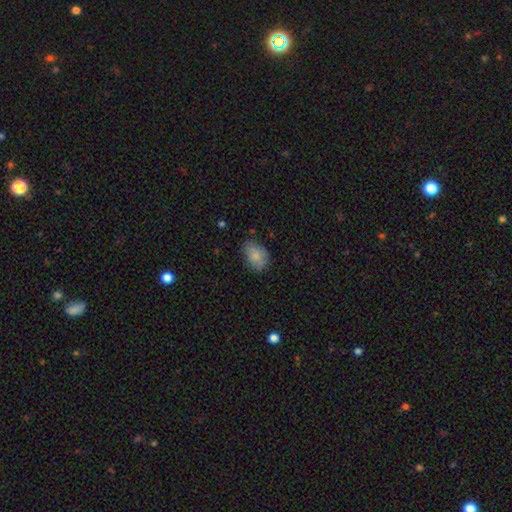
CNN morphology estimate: smooth-or-featured: smooth: 83% | featured or disk: 9% | star or artifact: 8%
  how-rounded: in between: 83% | round: 16% | cigar-shaped: 1%
  merging: none: 68% | minor disturbance: 26% | major disturbance: 5% | merger: 2%